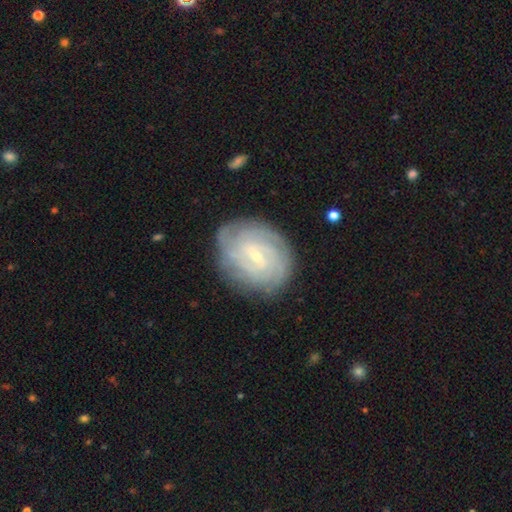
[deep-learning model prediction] A featured or disk galaxy (80%) with a weak bar (56%), tight (77%) spiral arms (93%) and a small central bulge (76%).

Vote fractions:
- Smooth or featured? featured or disk: 80% / smooth: 13% / star or artifact: 6%
- Edge-on disk? no: 97% / yes: 3%
- Bar? weak: 56% / no: 27% / strong: 17%
- Spiral arms? yes: 93% / no: 7%
- Spiral winding? tight: 77% / medium: 18% / loose: 4%
- Spiral arm count? can't tell: 41% / 4: 18% / 2: 14% / 3: 13% / more than 4: 8% / 1: 6%
- Bulge size? small: 76% / moderate: 19% / none: 2% / large: 1% / dominant: 1%
- Merging? none: 81% / minor disturbance: 14% / major disturbance: 4% / merger: 1%